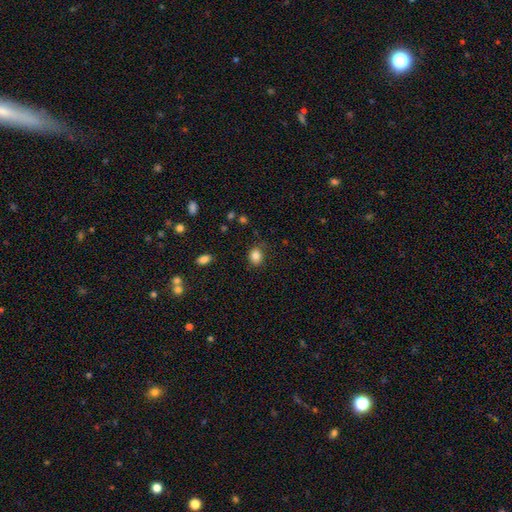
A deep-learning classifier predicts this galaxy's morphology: Smooth or featured?
  - smooth: 84% *
  - star or artifact: 10%
  - featured or disk: 6%
How rounded?
  - round: 62% *
  - in between: 37%
  - cigar-shaped: 1%
Merging?
  - none: 79% *
  - minor disturbance: 16%
  - major disturbance: 4%
  - merger: 1%